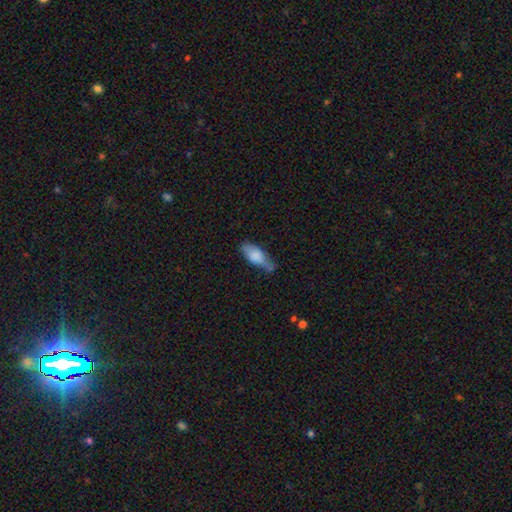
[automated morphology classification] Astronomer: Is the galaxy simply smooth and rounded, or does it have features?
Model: smooth — 75%.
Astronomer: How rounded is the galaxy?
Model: in between — 75%.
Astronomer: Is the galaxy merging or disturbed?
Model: none — 44% (runner-up: minor disturbance, 38%).